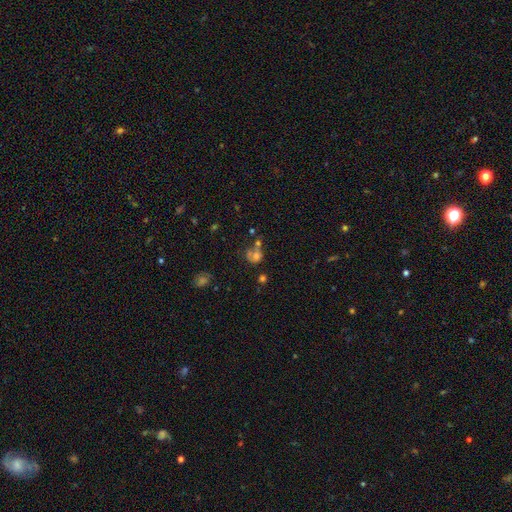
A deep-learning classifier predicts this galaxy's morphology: Overall: smooth (59%; featured or disk 25%). How rounded: round (63%; in between 36%). Merging: merger (37%; none 29%).